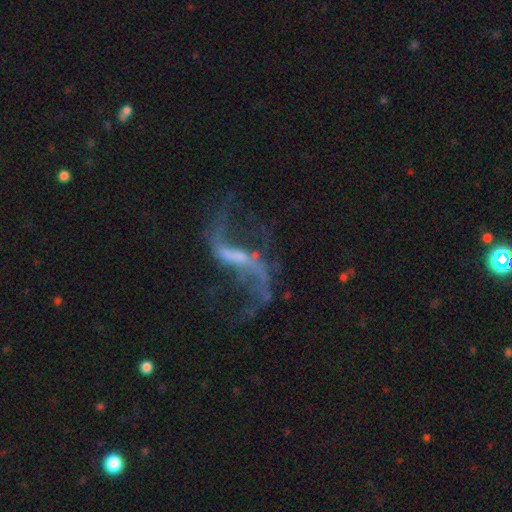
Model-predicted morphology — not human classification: This is clearly a featured or disk galaxy (87%). It is clearly not viewed edge-on (94%). Bar: marginally strong (43%). Spiral arm pattern: clearly yes (92%). Spiral arm count: clearly 2 (92%). Spiral winding: clearly loose (91%). Central bulge: marginally small (44%). Merging: possibly none (56%).